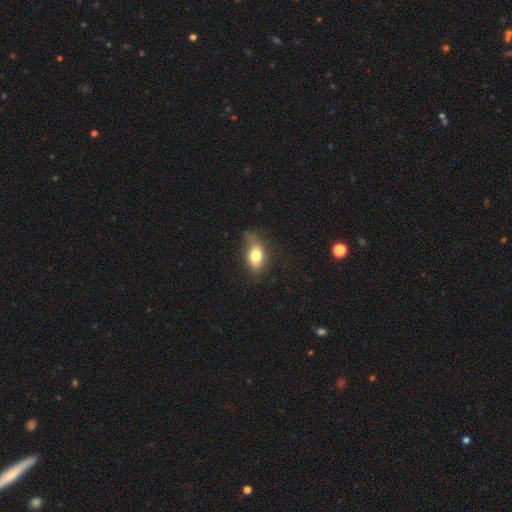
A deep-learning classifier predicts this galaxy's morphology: Smooth or featured?
  - smooth: 74% *
  - featured or disk: 17%
  - star or artifact: 9%
How rounded?
  - in between: 83% *
  - round: 12%
  - cigar-shaped: 5%
Merging?
  - none: 57% *
  - minor disturbance: 29%
  - major disturbance: 11%
  - merger: 2%